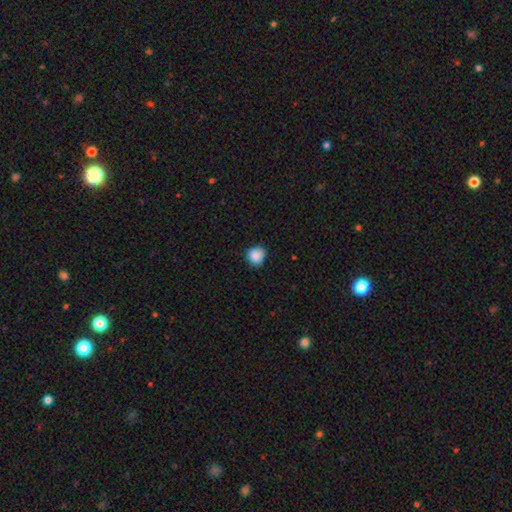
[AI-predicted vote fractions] Smooth or featured: smooth — 87% (star or artifact — 9%)
How rounded: round — 85% (in between — 14%)
Merging: none — 76% (minor disturbance — 20%)